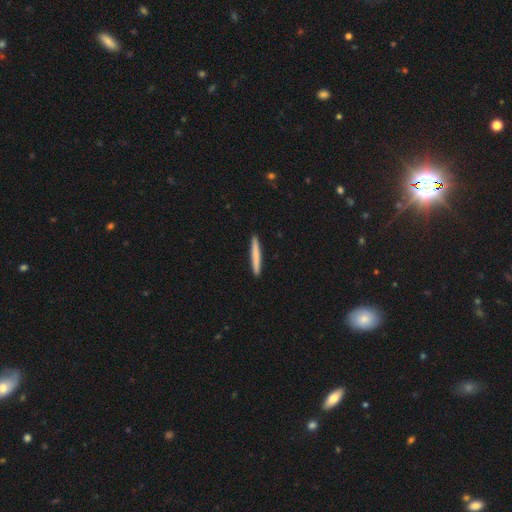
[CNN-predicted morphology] A smooth galaxy with no disk features (73%) that is cigar-shaped (97%). Merging: none (93%).